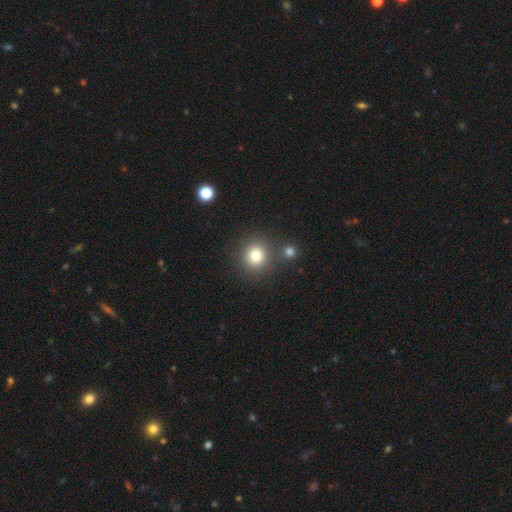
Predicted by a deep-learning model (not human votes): Smooth or featured? Predicted: smooth (p=0.79). How rounded? Predicted: round (p=0.89). Merging? Predicted: none (p=0.77).